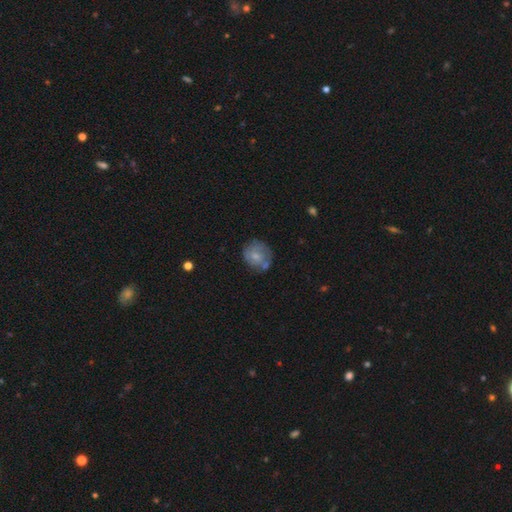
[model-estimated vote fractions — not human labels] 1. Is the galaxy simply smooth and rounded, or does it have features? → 54% smooth, 38% featured or disk, 7% star or artifact.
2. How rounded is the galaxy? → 77% round, 22% in between, 1% cigar-shaped.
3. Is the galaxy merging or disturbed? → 56% none, 23% minor disturbance, 12% merger, 9% major disturbance.